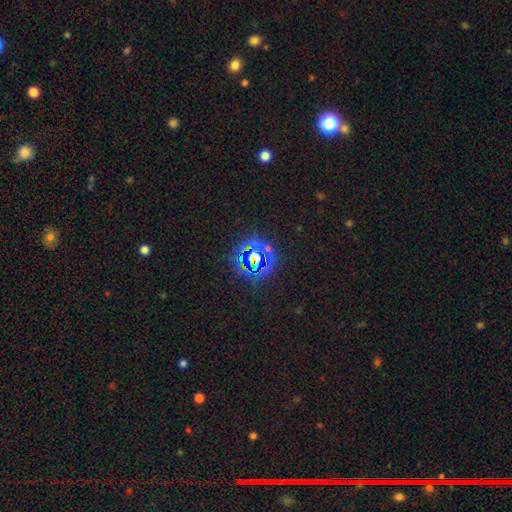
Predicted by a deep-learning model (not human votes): A star or artifact, not a galaxy (76%).